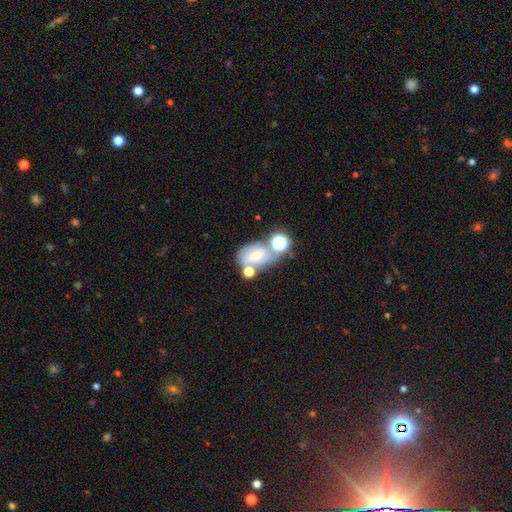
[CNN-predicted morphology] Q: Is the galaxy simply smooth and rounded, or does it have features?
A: smooth — 46%.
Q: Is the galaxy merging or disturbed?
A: none — 40%.